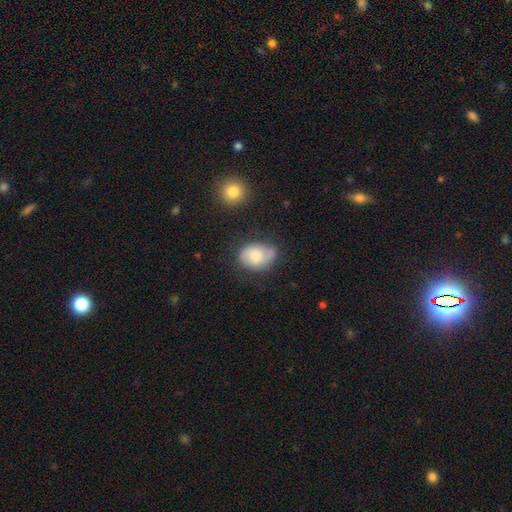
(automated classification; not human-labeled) smooth_or_featured: featured or disk (p=0.48) [alt: smooth p=0.44]
merging: none (p=0.65) [alt: minor disturbance p=0.24]